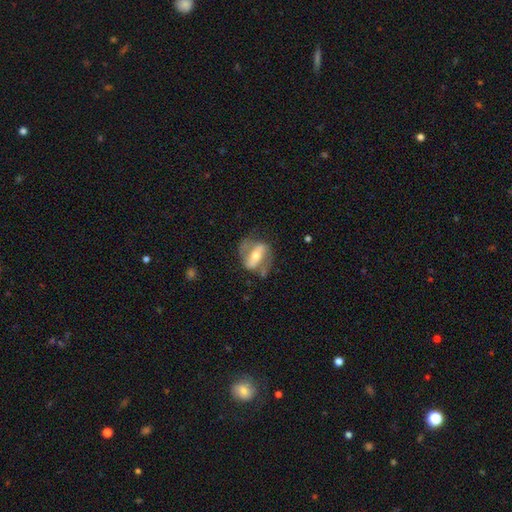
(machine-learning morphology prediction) A featured or disk galaxy (73%) with a strong bar (61%), spiral arms (74%) and a moderate central bulge (59%). Merging: none (61%).